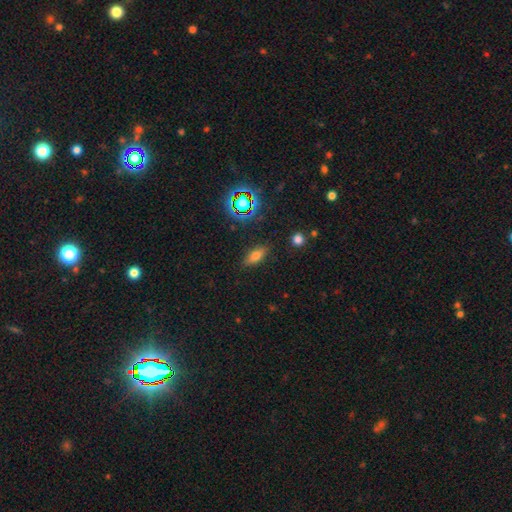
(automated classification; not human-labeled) Smooth or featured: smooth — 70% (star or artifact — 16%)
How rounded: in between — 78% (cigar-shaped — 16%)
Merging: none — 85% (minor disturbance — 10%)